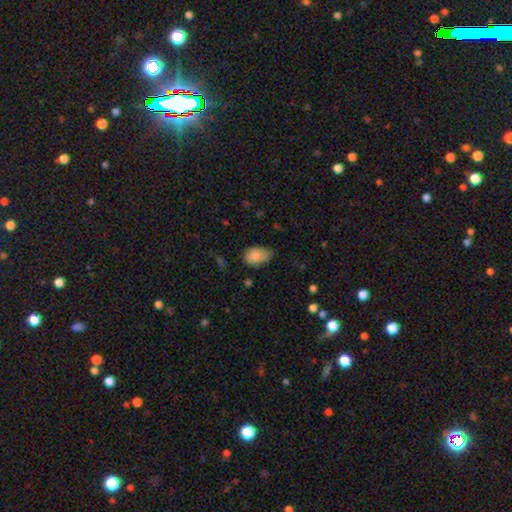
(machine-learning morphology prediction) Overall: smooth (84%). How rounded: in between (82%). Merging: none (53%; minor disturbance 38%).